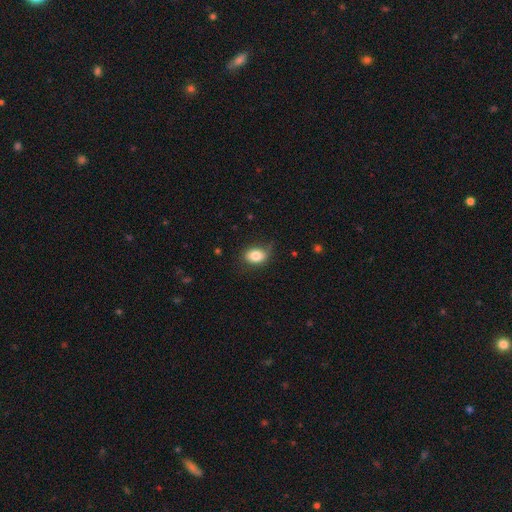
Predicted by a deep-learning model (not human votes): Smooth or featured? smooth (81%)
How rounded? in between (76%)
Merging? none (69%)